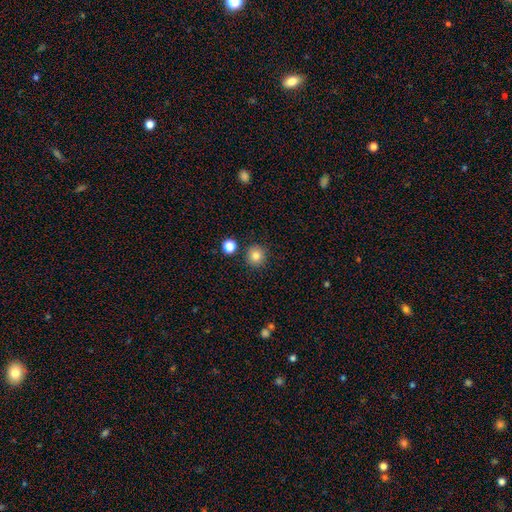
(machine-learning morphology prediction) smooth 83%, star or artifact 12%, featured or disk 6%. Down the decision tree: how rounded — round (94%); merging — none (87%).